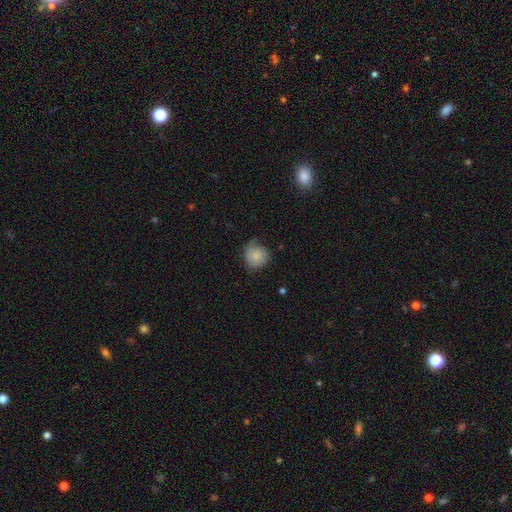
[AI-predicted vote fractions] smooth_or_featured: smooth (p=0.76) [alt: featured or disk p=0.16]
how_rounded: round (p=0.83) [alt: in between p=0.16]
merging: none (p=0.56) [alt: minor disturbance p=0.33]